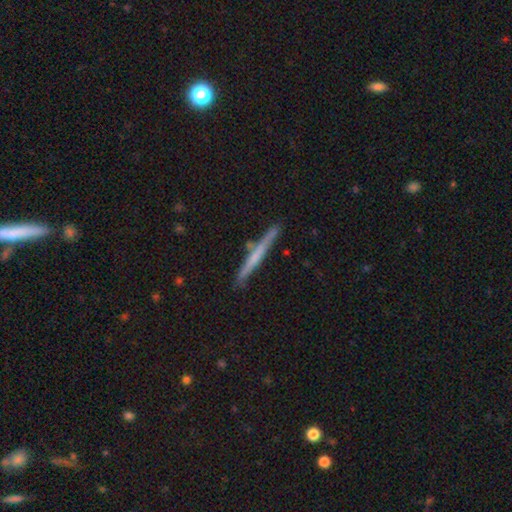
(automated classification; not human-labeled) Smooth or featured: featured or disk — 49% (smooth — 45%)
Merging: none — 86% (minor disturbance — 10%)